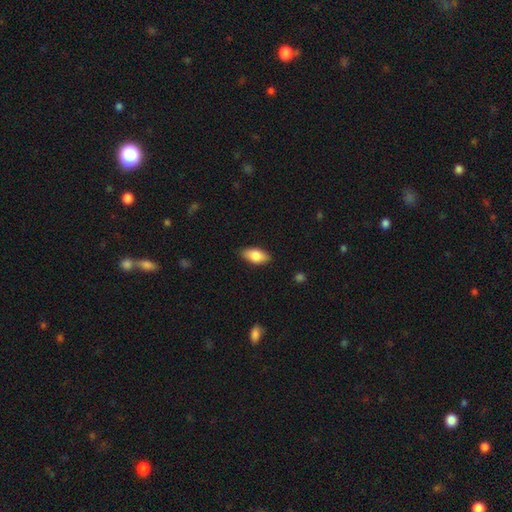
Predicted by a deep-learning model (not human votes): Smooth or featured? smooth (82%)
How rounded? in between (91%)
Merging? none (85%)